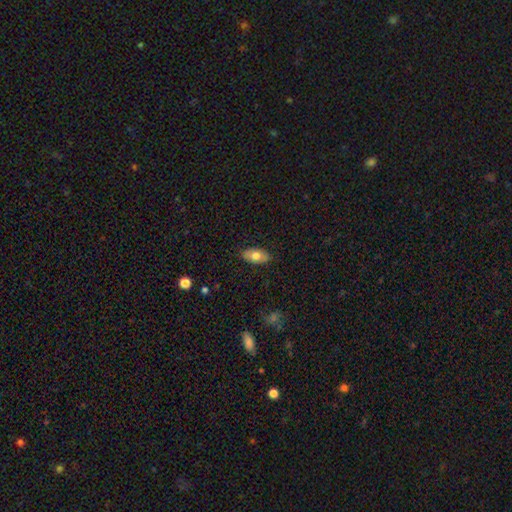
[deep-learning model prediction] smooth_or_featured: smooth (p=0.73) [alt: featured or disk p=0.21]
how_rounded: in between (p=0.91) [alt: cigar-shaped p=0.05]
merging: none (p=0.87) [alt: minor disturbance p=0.10]